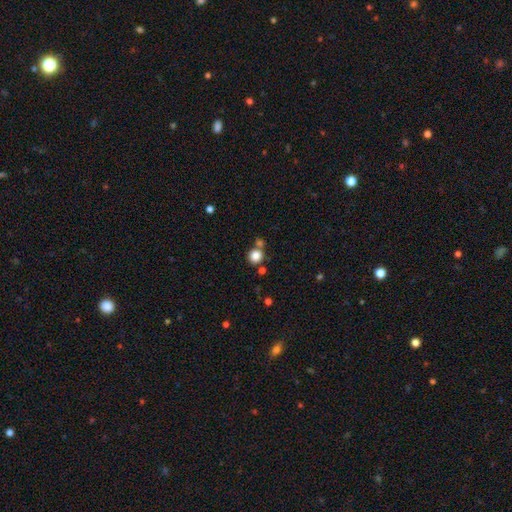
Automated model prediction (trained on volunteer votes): Smooth or featured: smooth — 84% (star or artifact — 11%)
How rounded: round — 90% (in between — 9%)
Merging: none — 69% (merger — 19%)